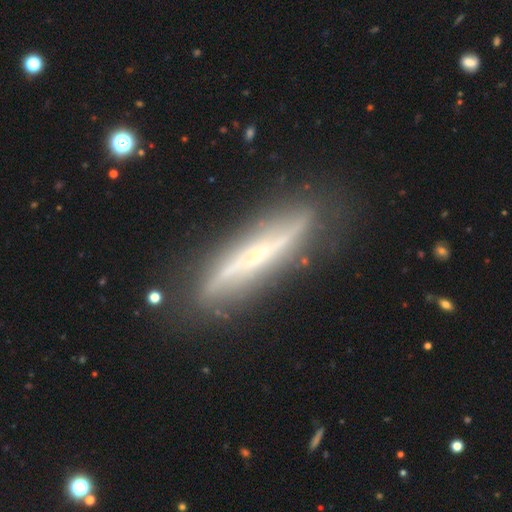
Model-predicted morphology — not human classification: The model was most divided on "edge-on bulge": none: 48%, rounded: 43%, boxy: 9%. More confident: merging — none (79%); edge-on disk — yes (76%); smooth or featured — featured or disk (74%).